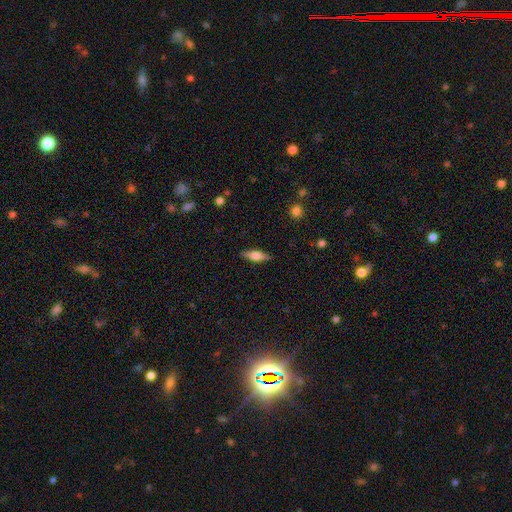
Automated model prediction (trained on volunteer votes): This is possibly a featured or disk galaxy (50%). It is clearly viewed edge-on (94%). Merging: clearly none (88%).